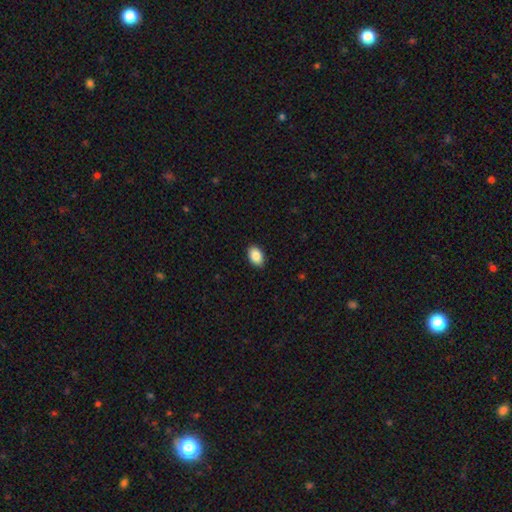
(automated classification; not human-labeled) Smooth or featured: smooth — 88% (star or artifact — 7%)
How rounded: in between — 89% (round — 10%)
Merging: none — 90% (minor disturbance — 8%)